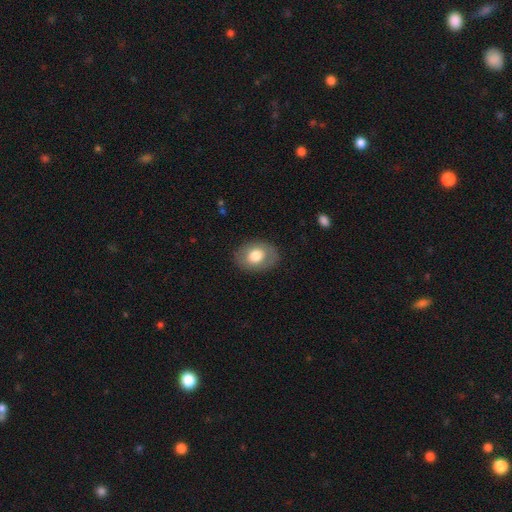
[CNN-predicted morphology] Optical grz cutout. It shows a smooth galaxy with no disk features (72%) that is in between round and cigar-shaped (69%). Merging: none (85%).